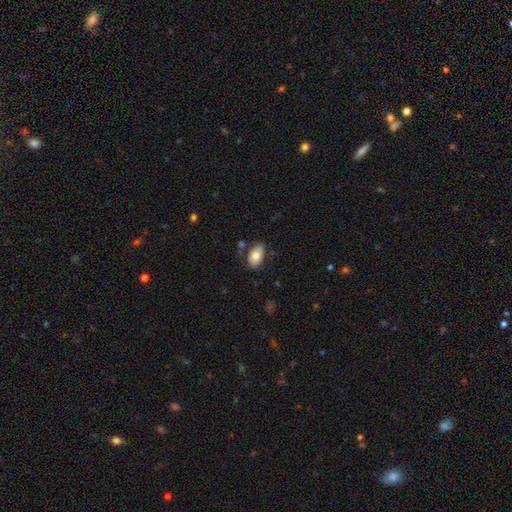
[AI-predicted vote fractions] Smooth or featured: smooth — 76% (featured or disk — 17%)
How rounded: in between — 92% (round — 6%)
Merging: none — 75% (minor disturbance — 16%)